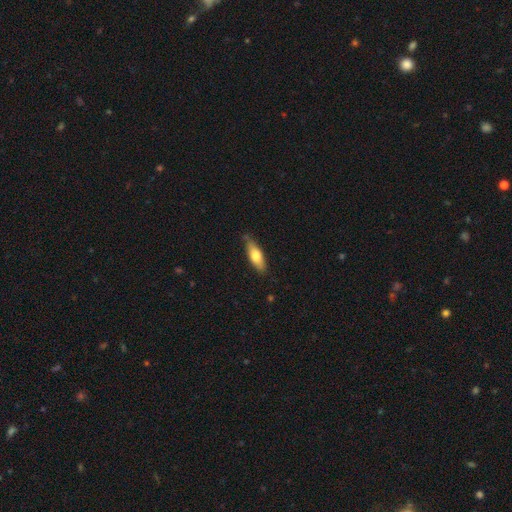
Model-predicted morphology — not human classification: Smooth or featured? Predicted: smooth (p=0.68). How rounded? Predicted: in between (p=0.57). Merging? Predicted: none (p=0.76).